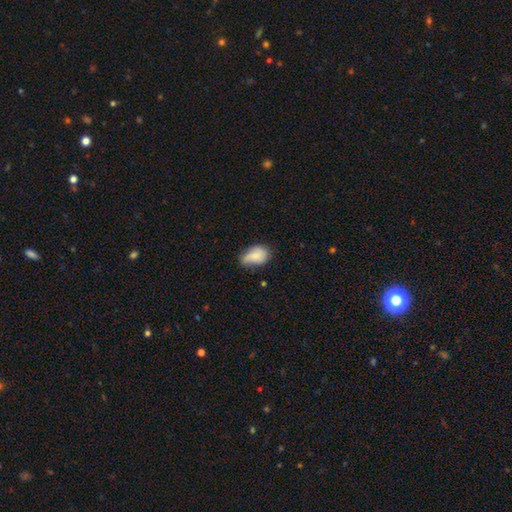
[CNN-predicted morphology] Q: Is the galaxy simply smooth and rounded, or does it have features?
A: smooth — 76%.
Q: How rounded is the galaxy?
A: in between — 85%.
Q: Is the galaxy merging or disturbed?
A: none — 45%.